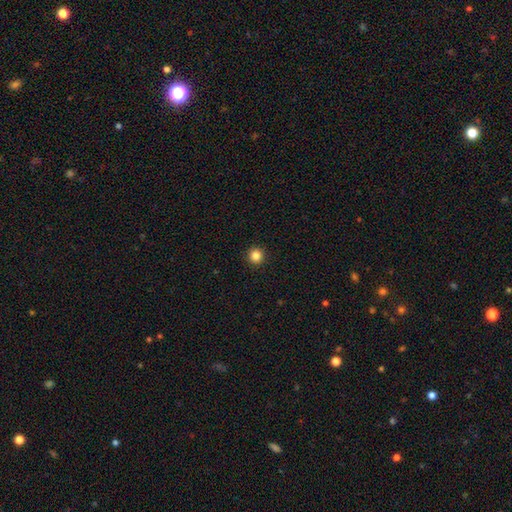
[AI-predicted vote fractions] This is clearly a smooth galaxy (84%). How rounded: clearly round (96%). Merging: clearly none (93%).